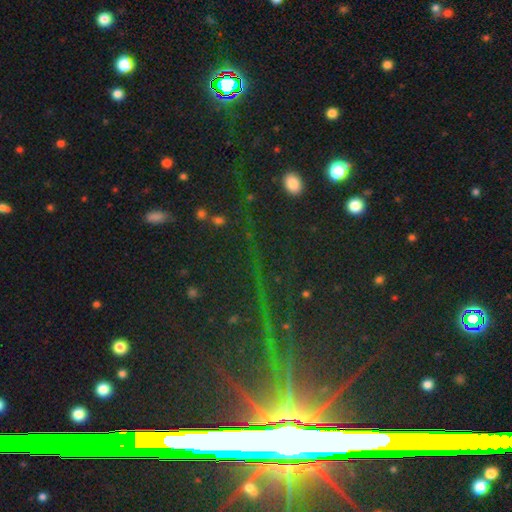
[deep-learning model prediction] smooth-or-featured: star or artifact: 77% | smooth: 12% | featured or disk: 11%